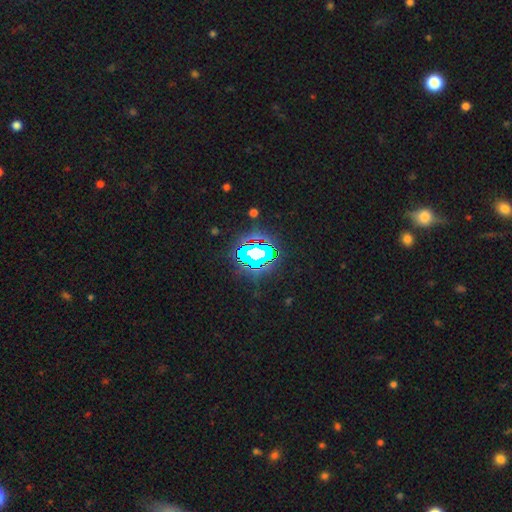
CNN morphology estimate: Smooth or featured? Predicted: star or artifact (p=0.80).